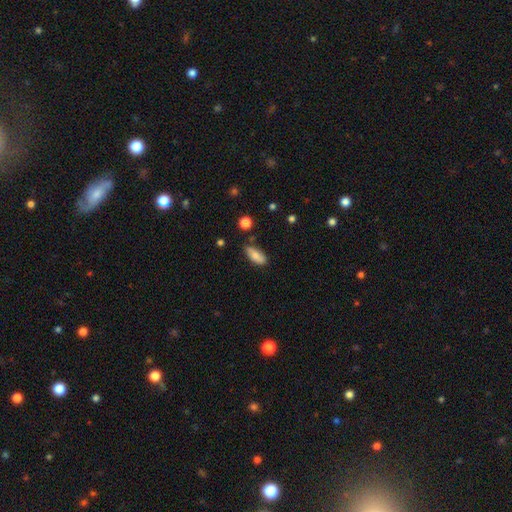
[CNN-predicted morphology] smooth-or-featured: smooth: 80% | featured or disk: 12% | star or artifact: 7%
  how-rounded: in between: 80% | cigar-shaped: 17% | round: 3%
  merging: none: 73% | minor disturbance: 21% | major disturbance: 3% | merger: 3%